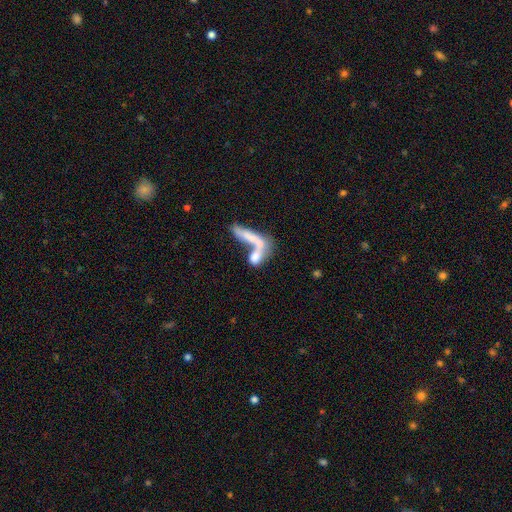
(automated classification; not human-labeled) Smooth or featured? smooth (57%)
How rounded? in between (54%)
Merging? merger (67%)